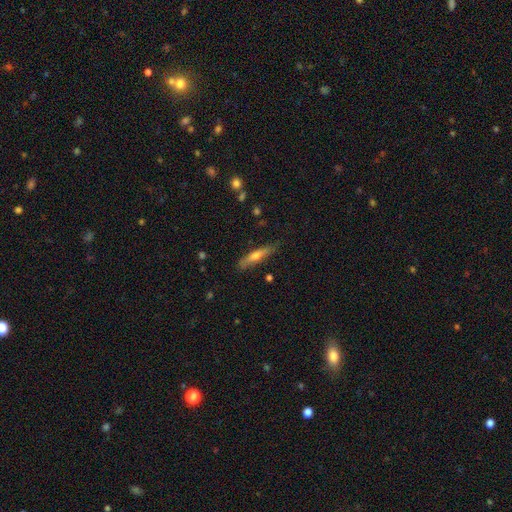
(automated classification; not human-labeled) A smooth galaxy with no disk features (53%) that is cigar-shaped (84%).

Vote fractions:
- Smooth or featured? smooth: 53% / featured or disk: 41% / star or artifact: 6%
- How rounded? cigar-shaped: 84% / in between: 14% / round: 2%
- Merging? none: 81% / minor disturbance: 14% / major disturbance: 3% / merger: 2%